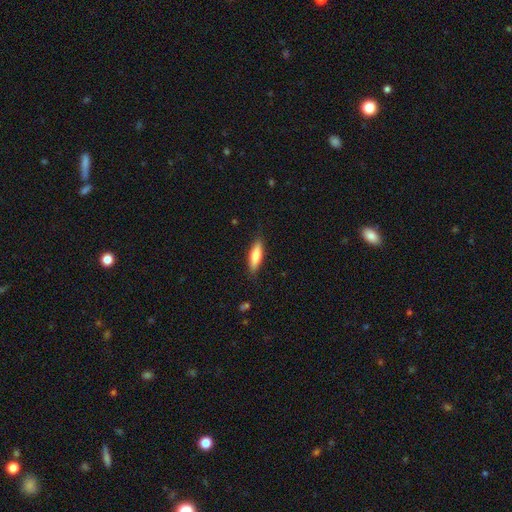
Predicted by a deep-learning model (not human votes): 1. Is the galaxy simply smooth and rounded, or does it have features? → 76% smooth, 18% featured or disk, 6% star or artifact.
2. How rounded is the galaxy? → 56% cigar-shaped, 42% in between, 2% round.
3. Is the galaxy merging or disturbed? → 86% none, 11% minor disturbance, 2% major disturbance, 1% merger.